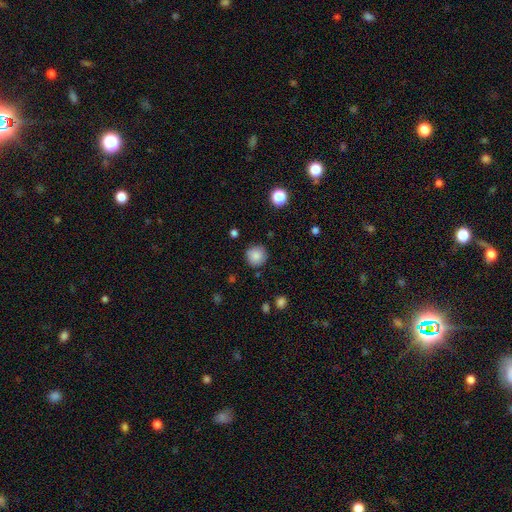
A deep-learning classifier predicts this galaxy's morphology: A smooth galaxy with no disk features (86%) that is round (93%). Merging: none (85%).